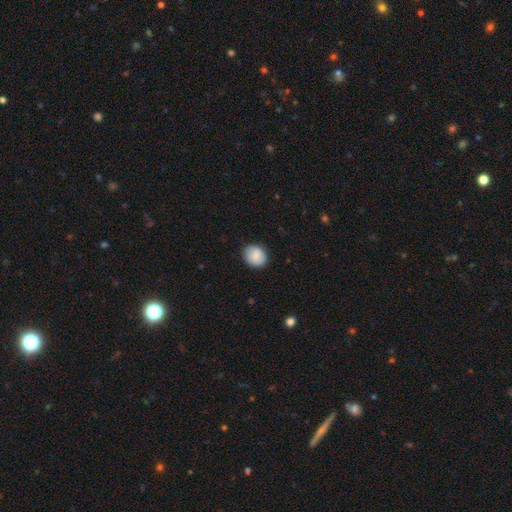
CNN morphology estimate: smooth-or-featured: smooth: 83% | featured or disk: 10% | star or artifact: 7%
  how-rounded: round: 68% | in between: 31% | cigar-shaped: 1%
  merging: none: 86% | minor disturbance: 10% | major disturbance: 2% | merger: 1%